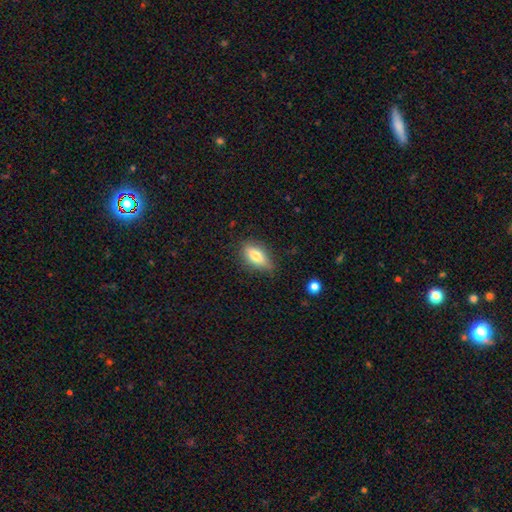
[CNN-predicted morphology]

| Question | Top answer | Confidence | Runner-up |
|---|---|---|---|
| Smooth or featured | smooth | 75% | featured or disk (18%) |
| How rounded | in between | 83% | cigar-shaped (12%) |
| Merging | none | 75% | minor disturbance (20%) |